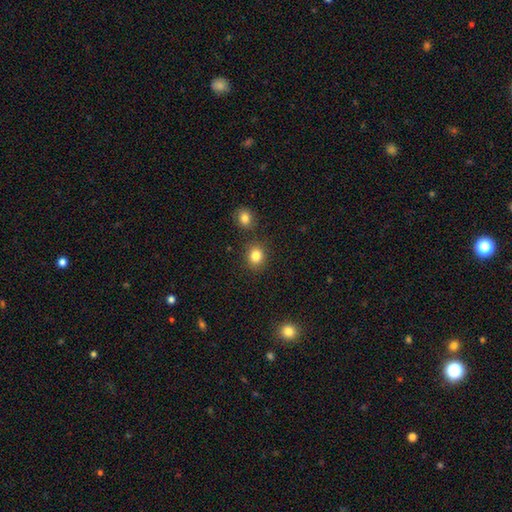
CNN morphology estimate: Overall: smooth (84%). How rounded: round (78%). Merging: none (84%).